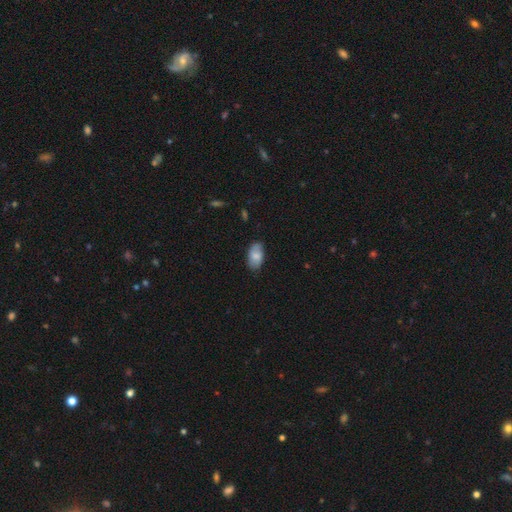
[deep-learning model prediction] Morphology: type=smooth (75%); roundness=in between (94%); merging=none (80%).